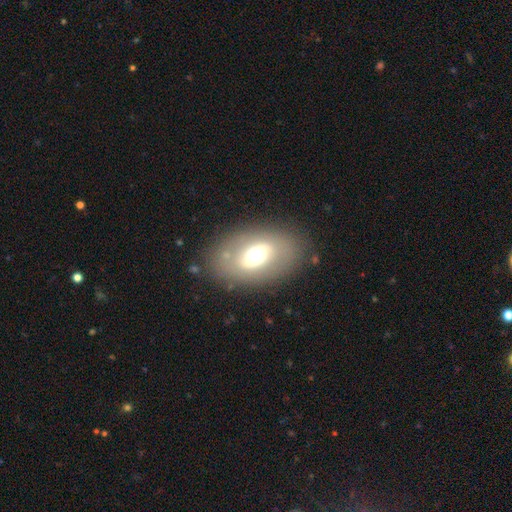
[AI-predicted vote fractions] Morphology: type=featured or disk (48%); merging=none (78%).